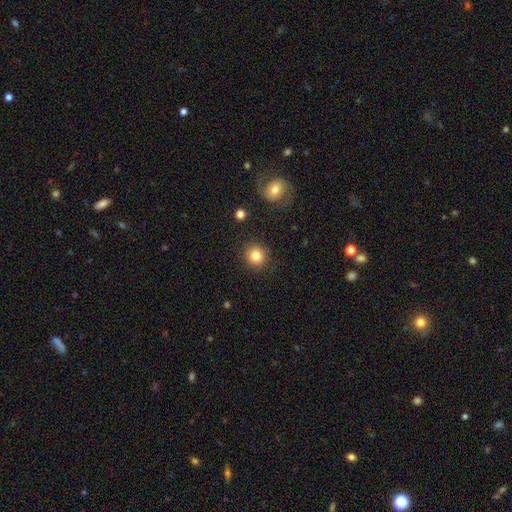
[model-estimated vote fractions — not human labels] A smooth galaxy with no disk features (82%) that is round (89%).

Vote fractions:
- Smooth or featured? smooth: 82% / star or artifact: 11% / featured or disk: 7%
- How rounded? round: 89% / in between: 10% / cigar-shaped: 1%
- Merging? none: 90% / minor disturbance: 7% / major disturbance: 2% / merger: 1%